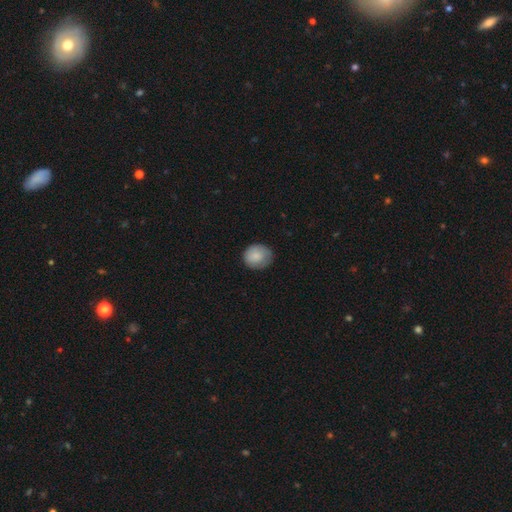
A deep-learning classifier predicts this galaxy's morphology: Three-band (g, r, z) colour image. It shows a smooth galaxy with no disk features (83%) that is round (71%). Merging: none (73%).